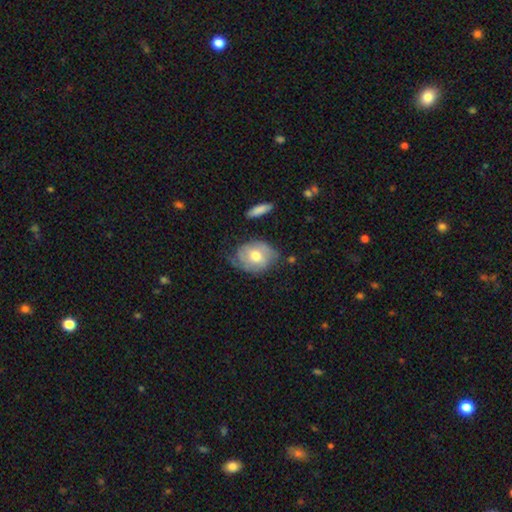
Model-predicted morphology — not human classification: Overall: smooth (50%; featured or disk 44%). Merging: none (53%; minor disturbance 31%).